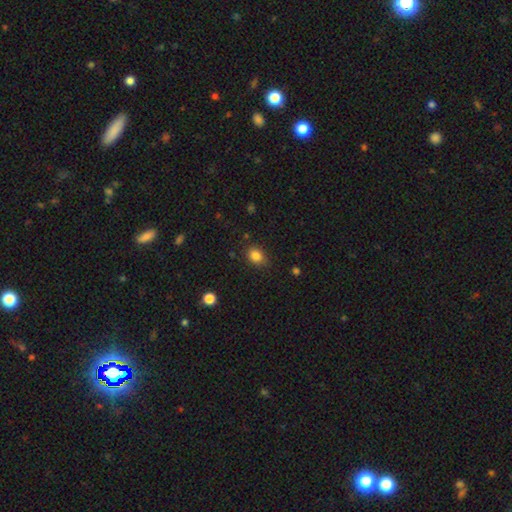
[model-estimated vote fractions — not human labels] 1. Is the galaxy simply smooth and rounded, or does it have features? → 84% smooth, 11% star or artifact, 5% featured or disk.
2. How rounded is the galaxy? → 56% in between, 43% round, 1% cigar-shaped.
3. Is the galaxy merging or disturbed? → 80% none, 15% minor disturbance, 3% major disturbance, 2% merger.